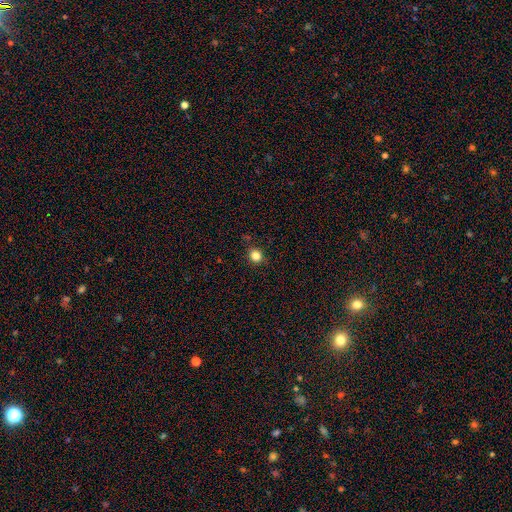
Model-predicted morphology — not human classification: A smooth galaxy with no disk features (83%) that is round (83%). Merging: none (88%).